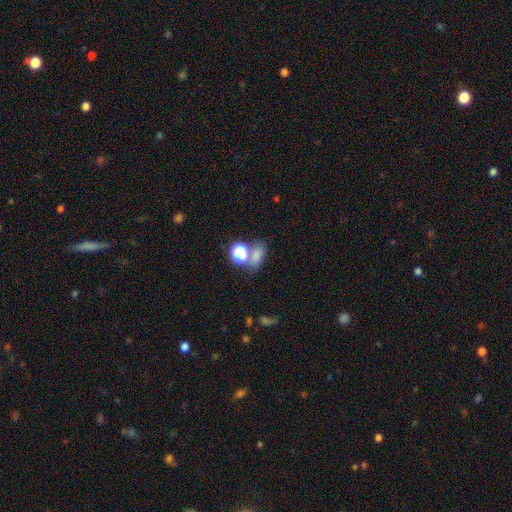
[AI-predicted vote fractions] This is likely a smooth galaxy (71%). How rounded: likely in between (66%). Merging: possibly none (52%).